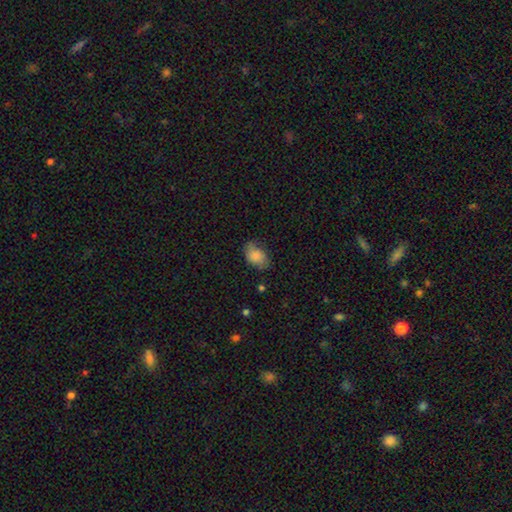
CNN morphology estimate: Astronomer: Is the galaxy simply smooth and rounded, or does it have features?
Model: smooth — 78%.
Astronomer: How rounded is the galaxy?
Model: in between — 85%.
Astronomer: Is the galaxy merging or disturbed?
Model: none — 61%.